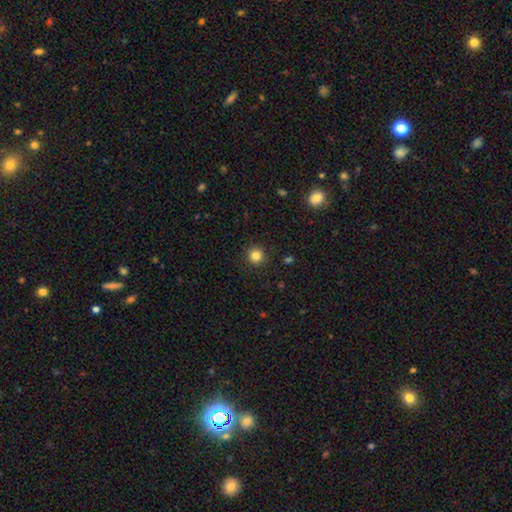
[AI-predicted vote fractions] This appears to be a smooth galaxy with no disk features (83%) that is round (94%). Merging: none (92%).